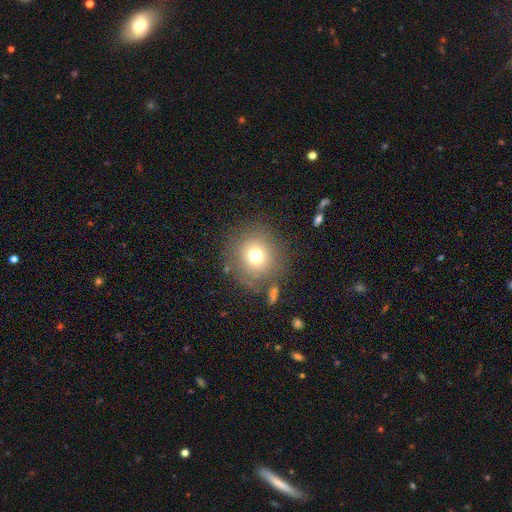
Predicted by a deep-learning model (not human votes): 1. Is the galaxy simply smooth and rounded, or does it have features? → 73% smooth, 15% star or artifact, 12% featured or disk.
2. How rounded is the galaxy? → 92% round, 8% in between, 1% cigar-shaped.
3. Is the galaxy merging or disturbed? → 81% none, 10% minor disturbance, 5% major disturbance, 4% merger.